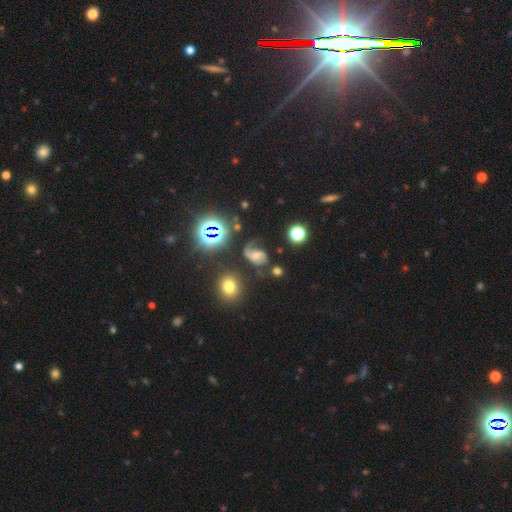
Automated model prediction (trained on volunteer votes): Morphology: type=featured or disk (64%); edge-on=no (97%); bar=no (53%); spiral arms=yes (90%); winding=loose (43%); arm count=2 (67%); bulge=moderate (56%); merging=none (48%).